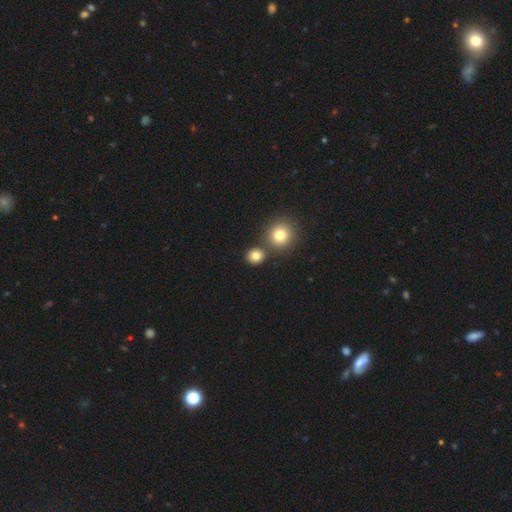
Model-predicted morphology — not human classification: A smooth galaxy with no disk features (81%) that is round (84%). Merging: none (75%).